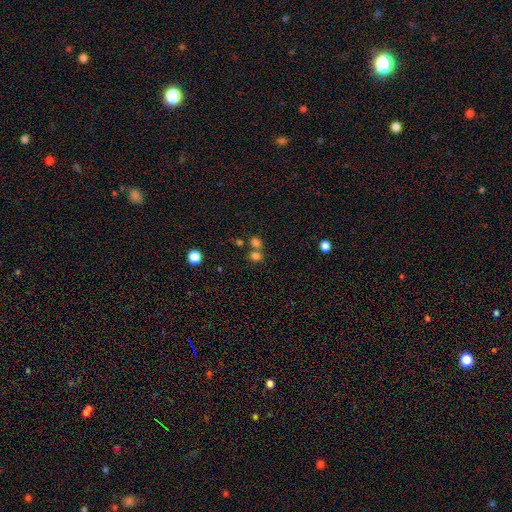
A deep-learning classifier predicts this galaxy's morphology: A smooth galaxy with no disk features (75%) that is round (74%).

Vote fractions:
- Smooth or featured? smooth: 75% / star or artifact: 18% / featured or disk: 8%
- How rounded? round: 74% / in between: 25% / cigar-shaped: 1%
- Merging? none: 50% / merger: 40% / minor disturbance: 7% / major disturbance: 3%